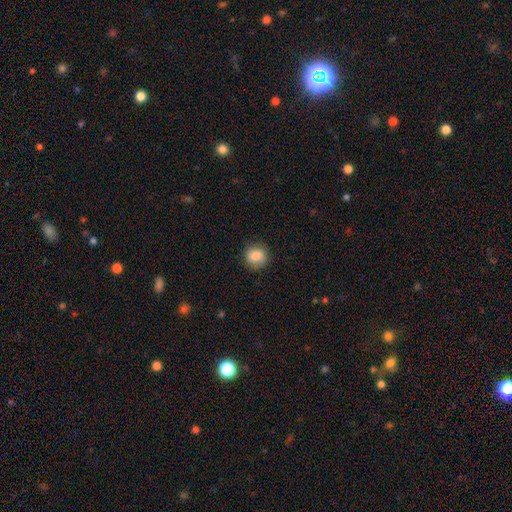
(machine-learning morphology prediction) The model was most divided on "how rounded": round: 84%, in between: 15%, cigar-shaped: 1%. More confident: merging — none (85%); smooth or featured — smooth (85%).